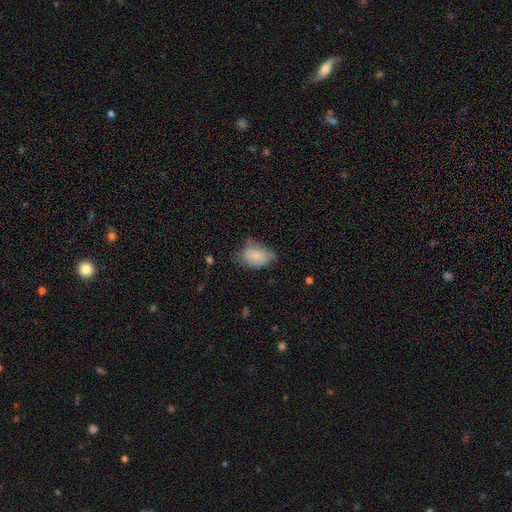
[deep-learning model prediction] This appears to be a smooth galaxy with no disk features (77%) that is in between round and cigar-shaped (87%). Merging: minor disturbance (42%).